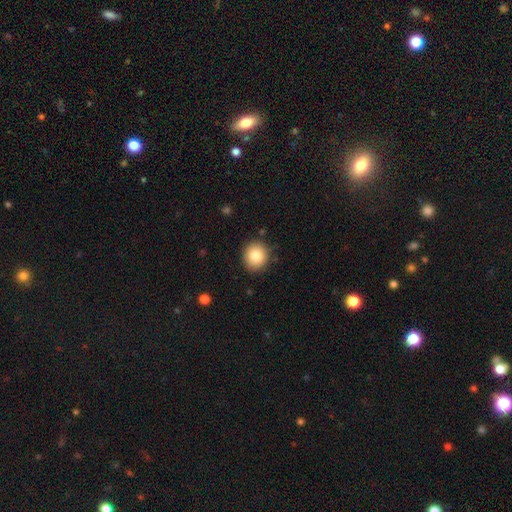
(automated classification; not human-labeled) A smooth galaxy with no disk features (83%) that is round (85%). Merging: none (88%).